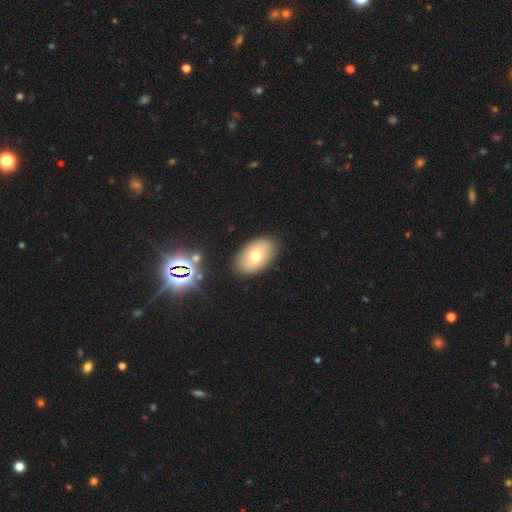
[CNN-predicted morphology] This is likely a smooth galaxy (71%). How rounded: clearly in between (91%). Merging: clearly none (86%).